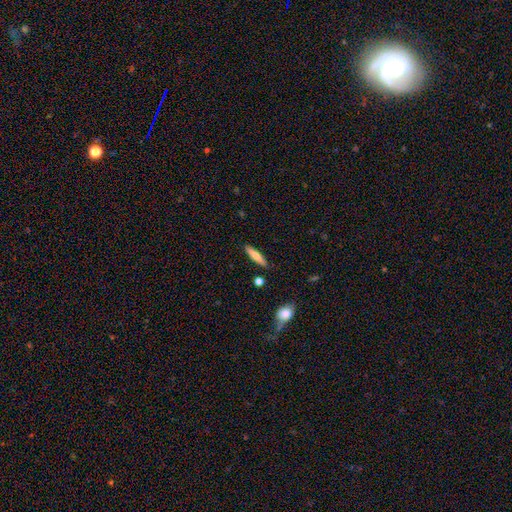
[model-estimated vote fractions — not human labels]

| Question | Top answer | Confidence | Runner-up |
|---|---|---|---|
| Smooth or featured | smooth | 72% | featured or disk (22%) |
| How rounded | cigar-shaped | 80% | in between (18%) |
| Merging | none | 87% | minor disturbance (9%) |